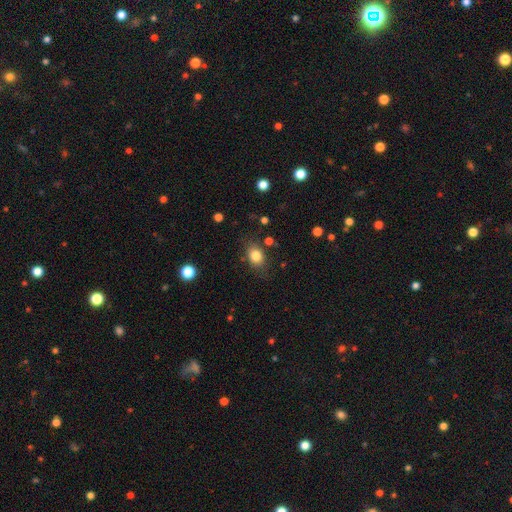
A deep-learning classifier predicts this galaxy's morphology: A smooth galaxy with no disk features (82%) that is in between round and cigar-shaped (66%).

Vote fractions:
- Smooth or featured? smooth: 82% / star or artifact: 10% / featured or disk: 8%
- How rounded? in between: 66% / round: 32% / cigar-shaped: 2%
- Merging? none: 77% / minor disturbance: 16% / major disturbance: 5% / merger: 3%